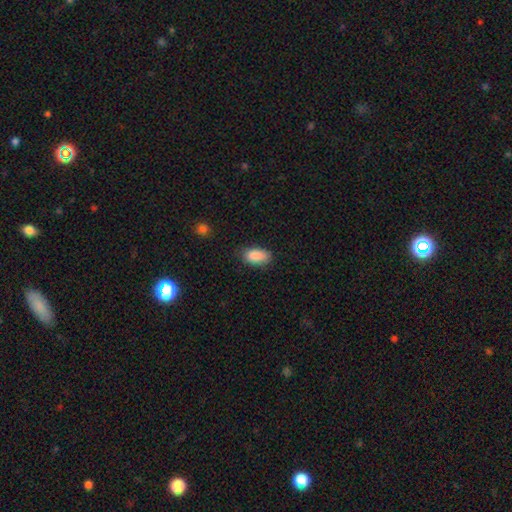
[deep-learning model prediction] A smooth galaxy with no disk features (89%) that is in between round and cigar-shaped (92%).

Vote fractions:
- Smooth or featured? smooth: 89% / star or artifact: 7% / featured or disk: 4%
- How rounded? in between: 92% / cigar-shaped: 4% / round: 4%
- Merging? none: 76% / minor disturbance: 19% / major disturbance: 4% / merger: 1%